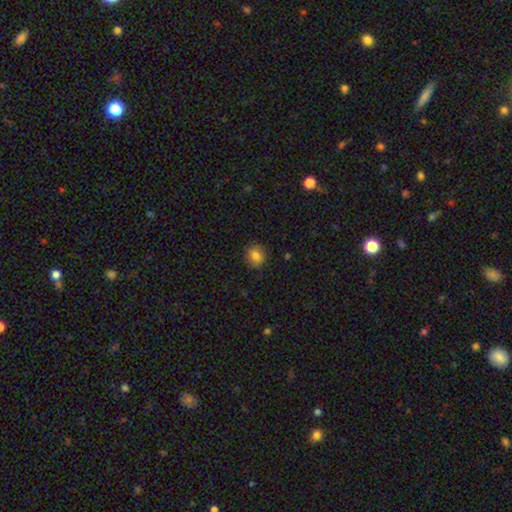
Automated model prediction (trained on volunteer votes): This appears to be a smooth galaxy with no disk features (83%) that is round (71%). Merging: none (87%).